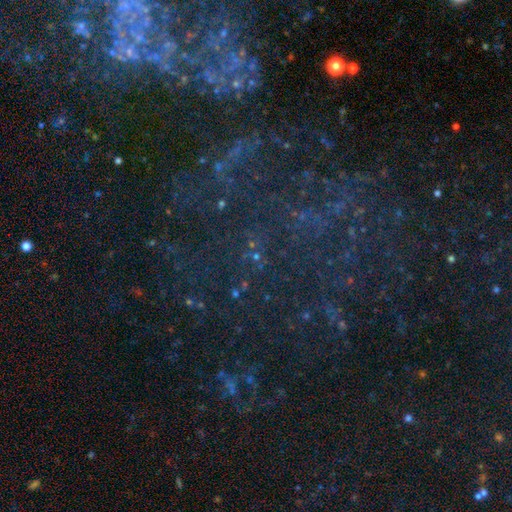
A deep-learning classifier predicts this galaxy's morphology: A star or artifact, not a galaxy (76%).